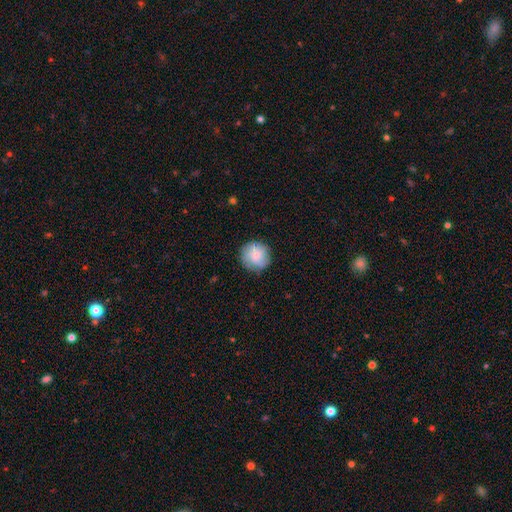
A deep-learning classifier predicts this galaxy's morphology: Smooth or featured?
  - smooth: 72% *
  - featured or disk: 20%
  - star or artifact: 8%
How rounded?
  - round: 90% *
  - in between: 9%
  - cigar-shaped: 1%
Merging?
  - none: 76% *
  - minor disturbance: 18%
  - major disturbance: 5%
  - merger: 1%